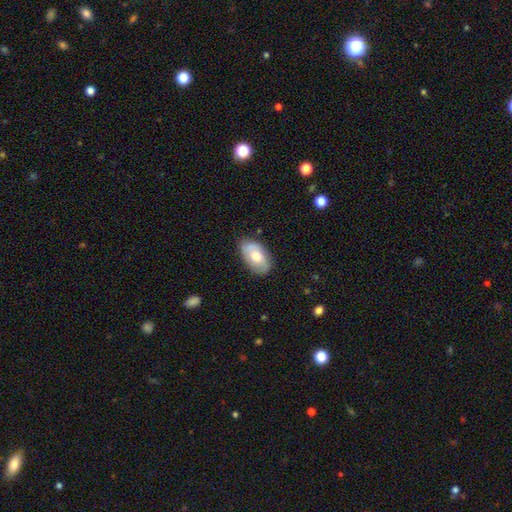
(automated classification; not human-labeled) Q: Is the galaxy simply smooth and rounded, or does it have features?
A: smooth — 63%.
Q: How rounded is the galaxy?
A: in between — 93%.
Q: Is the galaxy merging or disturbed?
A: none — 75%.